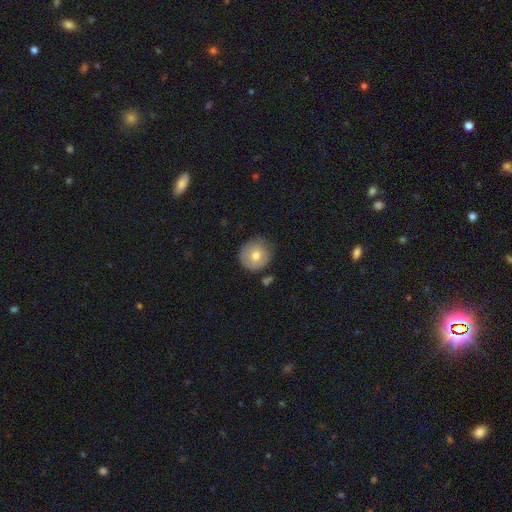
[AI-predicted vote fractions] The model was most divided on "smooth or featured": smooth: 69%, featured or disk: 23%, star or artifact: 8%. More confident: how rounded — round (92%); merging — none (77%).